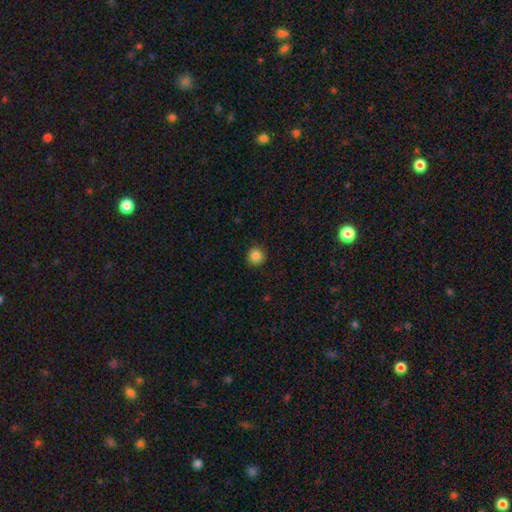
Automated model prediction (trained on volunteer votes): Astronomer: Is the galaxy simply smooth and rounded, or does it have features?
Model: smooth — 86%.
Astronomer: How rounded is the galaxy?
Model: round — 94%.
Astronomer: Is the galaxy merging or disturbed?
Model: none — 92%.